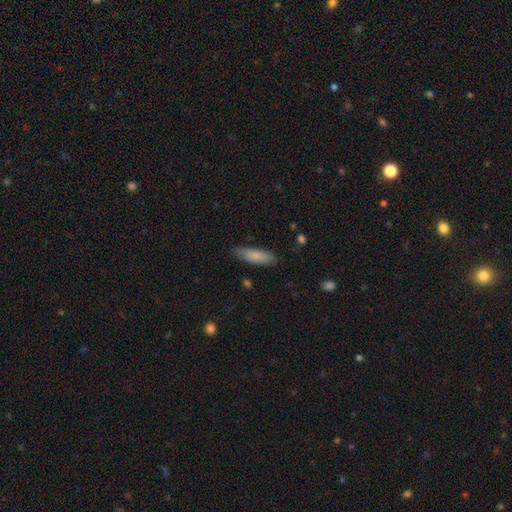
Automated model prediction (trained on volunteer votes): smooth_or_featured: smooth (p=0.83) [alt: featured or disk p=0.11]
how_rounded: in between (p=0.51) [alt: cigar-shaped p=0.47]
merging: none (p=0.79) [alt: minor disturbance p=0.17]